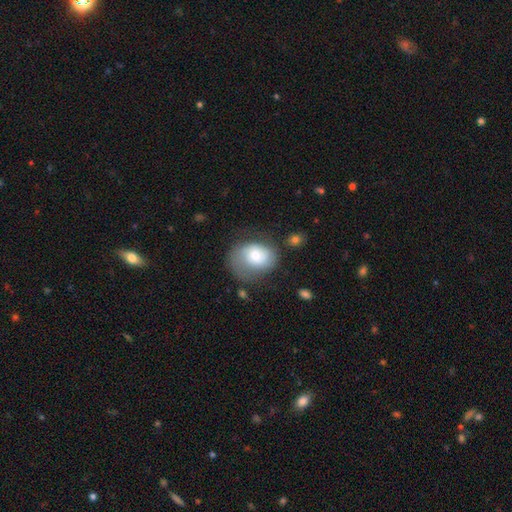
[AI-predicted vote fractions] Morphology: type=smooth (55%); roundness=in between (59%); merging=none (43%).